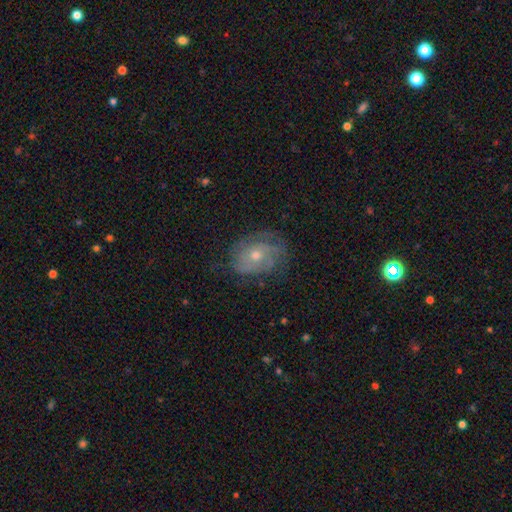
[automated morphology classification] type=featured or disk (69%); edge-on=no (97%); bar=no (82%); spiral arms=yes (83%); winding=tight (55%); arm count=can't tell (42%); bulge=moderate (56%); merging=none (65%).